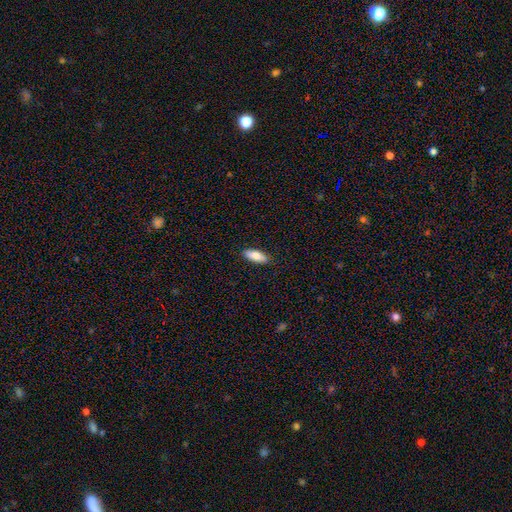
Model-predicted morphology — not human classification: Q: Smooth or featured?
A: smooth (79%); runner-up: featured or disk (15%)
Q: How rounded?
A: in between (68%); runner-up: cigar-shaped (30%)
Q: Merging?
A: none (89%); runner-up: minor disturbance (8%)